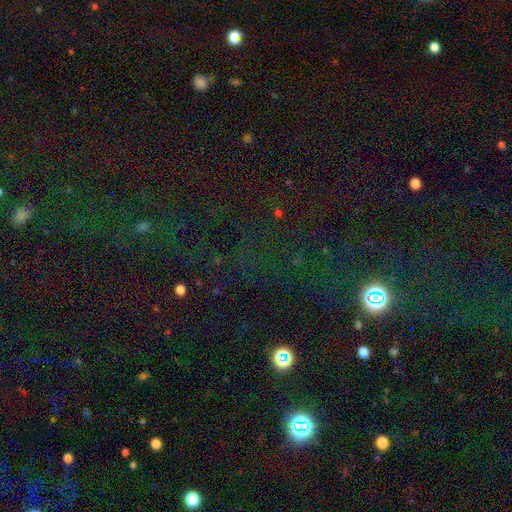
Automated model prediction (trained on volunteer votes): smooth_or_featured: star or artifact (p=0.72) [alt: smooth p=0.19]